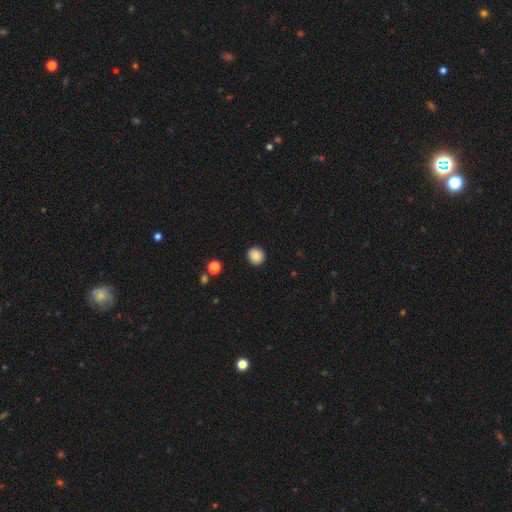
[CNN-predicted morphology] type=smooth (87%); roundness=round (91%); merging=none (91%).